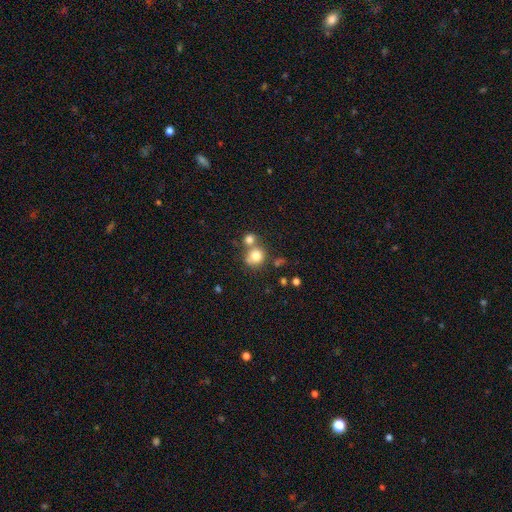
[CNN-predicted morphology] Overall: smooth (78%). How rounded: round (82%). Merging: none (48%; merger 36%).